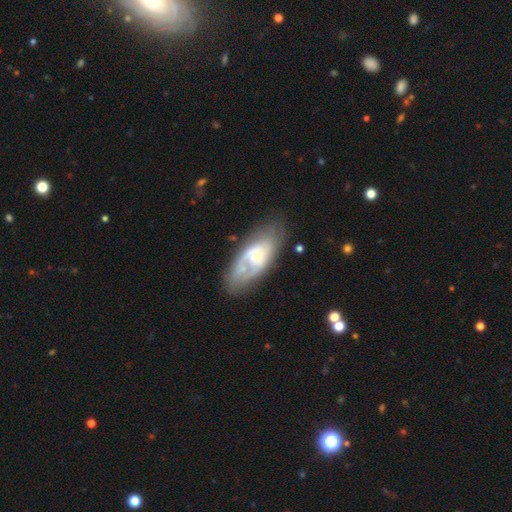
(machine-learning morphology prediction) Smooth or featured?
  - featured or disk: 54% *
  - smooth: 39%
  - star or artifact: 7%
Edge-on disk?
  - no: 89% *
  - yes: 11%
Merging?
  - none: 59% *
  - minor disturbance: 24%
  - major disturbance: 13%
  - merger: 4%